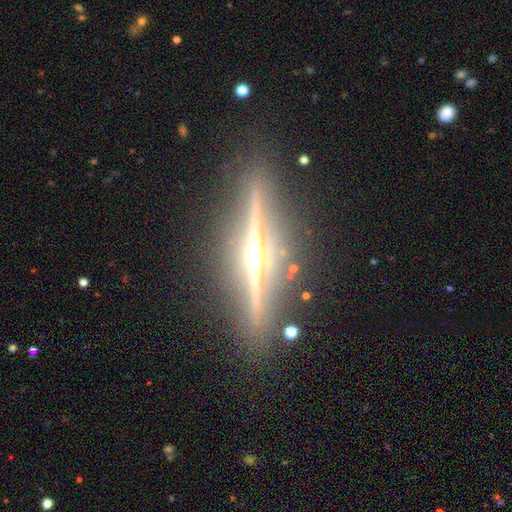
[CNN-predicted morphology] Smooth or featured: featured or disk — 85% (star or artifact — 8%)
Edge-on disk: yes — 97% (no — 3%)
Edge-on bulge: rounded — 83% (none — 9%)
Merging: none — 88% (minor disturbance — 8%)